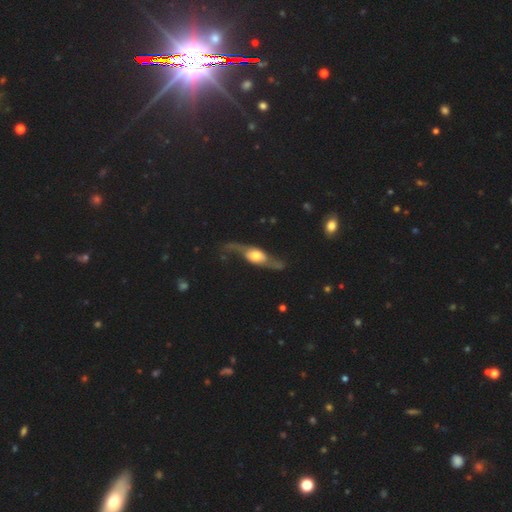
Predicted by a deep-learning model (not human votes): featured or disk 80%, smooth 15%, star or artifact 5%. Down the decision tree: edge-on disk — no (70%); bar — no (60%); spiral arms — yes (89%); spiral arm count — 2 (91%); spiral winding — loose (78%); bulge size — moderate (48%); merging — none (66%).